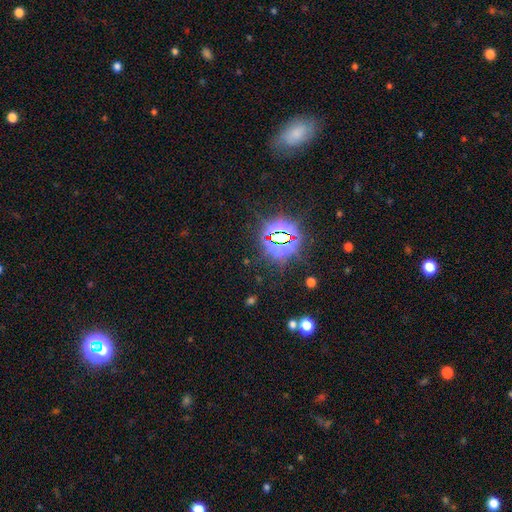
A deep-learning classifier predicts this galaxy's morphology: star or artifact 78%, smooth 14%, featured or disk 8%.